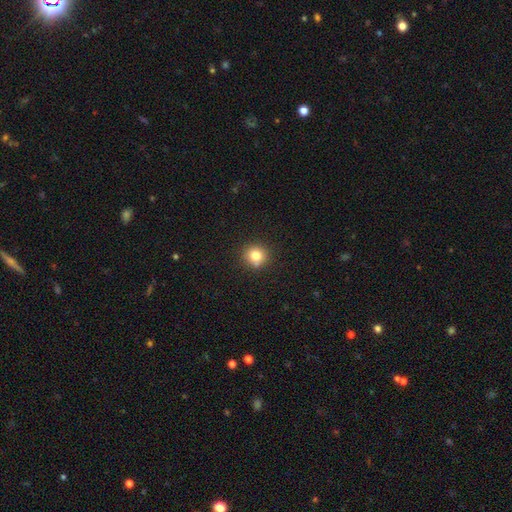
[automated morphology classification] smooth-or-featured: smooth: 80% | star or artifact: 12% | featured or disk: 8%
  how-rounded: round: 91% | in between: 8% | cigar-shaped: 1%
  merging: none: 81% | minor disturbance: 10% | merger: 6% | major disturbance: 3%